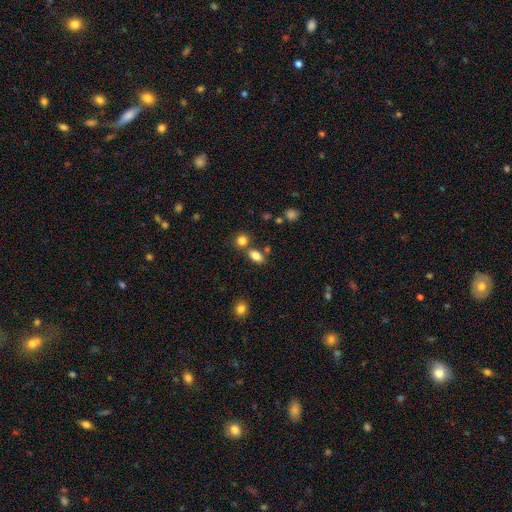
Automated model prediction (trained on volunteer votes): Smooth or featured? smooth (83%)
How rounded? in between (84%)
Merging? none (63%)